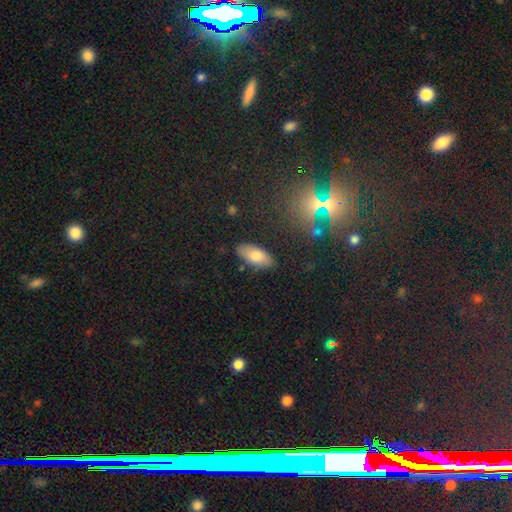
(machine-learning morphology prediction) Smooth or featured?
  - smooth: 77% *
  - featured or disk: 16%
  - star or artifact: 7%
How rounded?
  - in between: 89% *
  - cigar-shaped: 8%
  - round: 2%
Merging?
  - none: 84% *
  - minor disturbance: 11%
  - major disturbance: 2%
  - merger: 2%